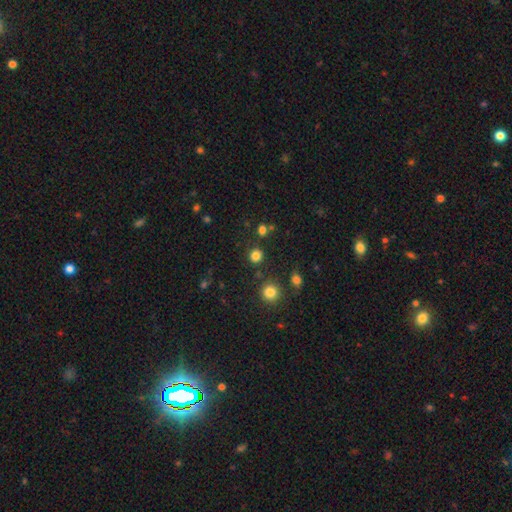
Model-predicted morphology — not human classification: smooth 81%, star or artifact 15%, featured or disk 4%. Down the decision tree: how rounded — round (88%); merging — none (85%).